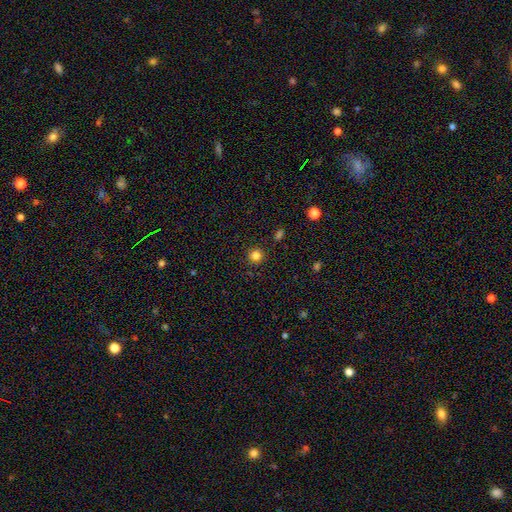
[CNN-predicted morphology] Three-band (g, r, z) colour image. It shows a smooth galaxy with no disk features (82%) that is round (94%). Merging: none (91%).